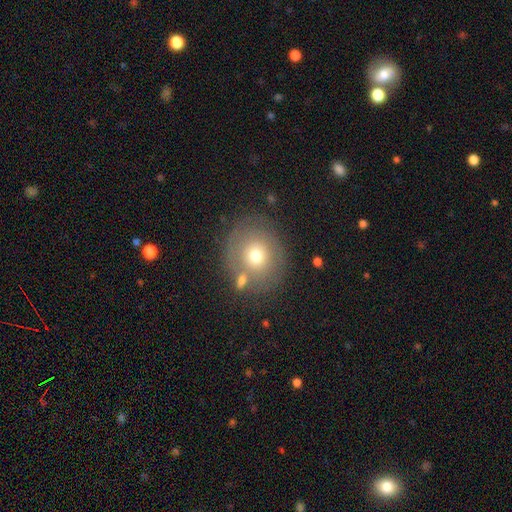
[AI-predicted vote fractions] smooth 60%, featured or disk 29%, star or artifact 11%. Down the decision tree: how rounded — round (80%); merging — none (71%).